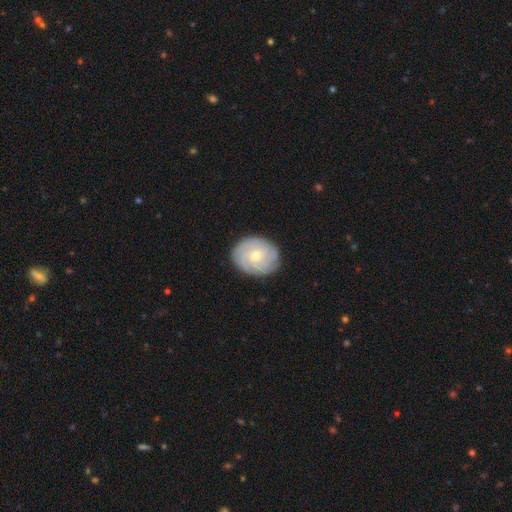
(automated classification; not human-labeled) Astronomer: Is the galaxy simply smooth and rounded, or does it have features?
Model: featured or disk — 67%.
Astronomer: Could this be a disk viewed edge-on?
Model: no — 97%.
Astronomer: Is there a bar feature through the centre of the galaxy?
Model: no — 67%.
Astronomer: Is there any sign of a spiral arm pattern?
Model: yes — 90%.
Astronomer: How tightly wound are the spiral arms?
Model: tight — 74%.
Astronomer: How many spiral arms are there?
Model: can't tell — 41% (runner-up: 3, 18%).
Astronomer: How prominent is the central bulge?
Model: small — 58% (runner-up: moderate, 39%).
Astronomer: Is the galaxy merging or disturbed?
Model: none — 85%.